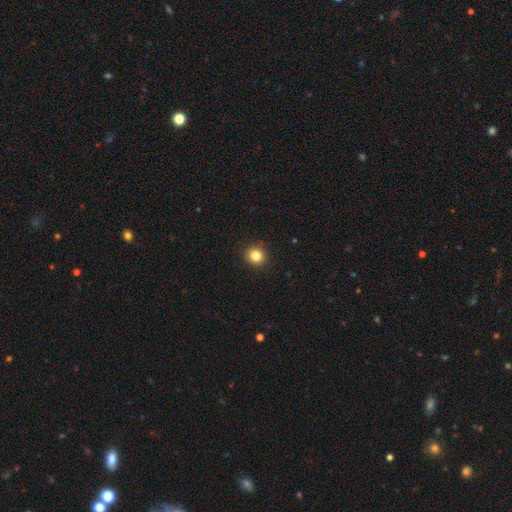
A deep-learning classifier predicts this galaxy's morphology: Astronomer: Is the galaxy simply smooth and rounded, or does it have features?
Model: smooth — 83%.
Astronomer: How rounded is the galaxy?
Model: round — 89%.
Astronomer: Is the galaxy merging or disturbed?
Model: none — 92%.